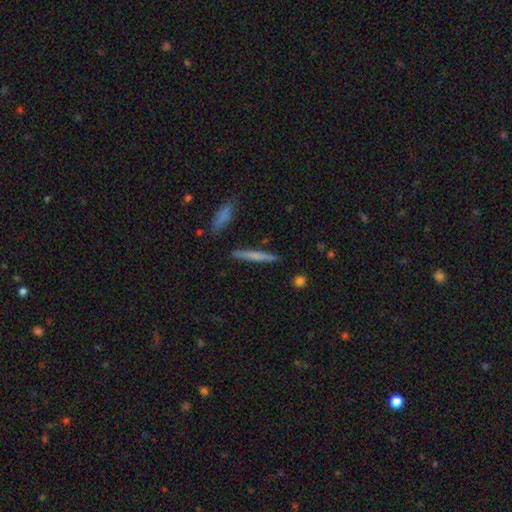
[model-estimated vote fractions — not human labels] Overall: smooth (63%; featured or disk 31%). How rounded: cigar-shaped (94%). Merging: none (88%).